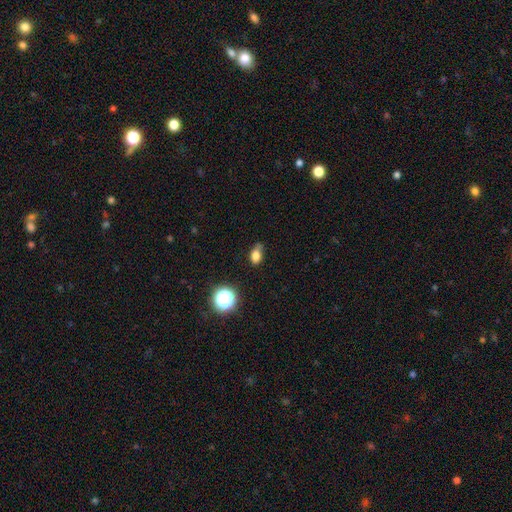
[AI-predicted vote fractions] A smooth galaxy with no disk features (79%) that is in between round and cigar-shaped (77%). Merging: none (52%).